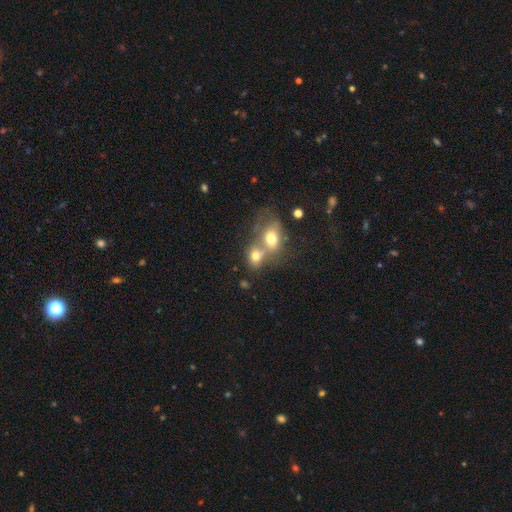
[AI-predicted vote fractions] A smooth galaxy with no disk features (71%) that is in between round and cigar-shaped (59%). Merging: merger (64%).